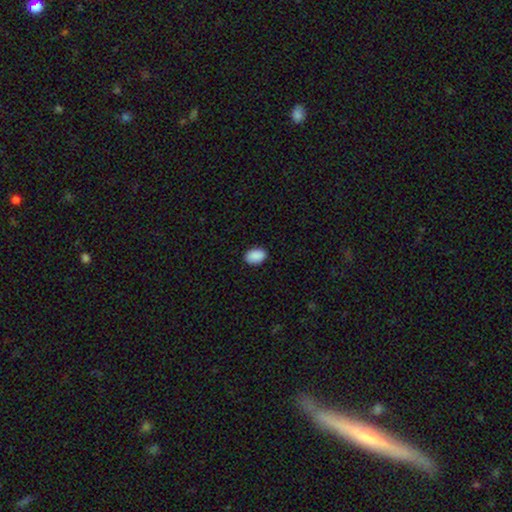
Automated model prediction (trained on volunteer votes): A smooth galaxy with no disk features (91%) that is in between round and cigar-shaped (84%).

Vote fractions:
- Smooth or featured? smooth: 91% / star or artifact: 7% / featured or disk: 2%
- How rounded? in between: 84% / round: 15% / cigar-shaped: 1%
- Merging? none: 89% / minor disturbance: 9% / major disturbance: 2% / merger: 1%